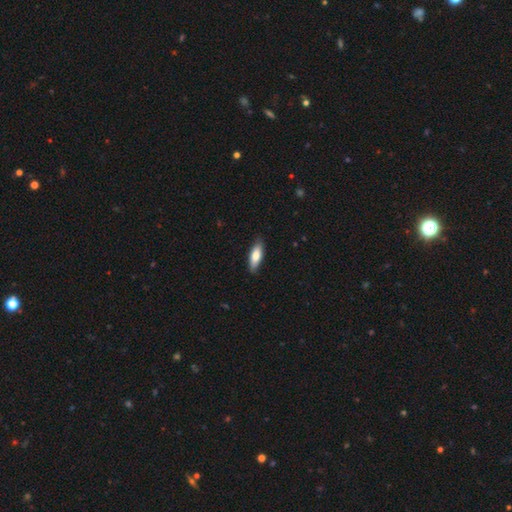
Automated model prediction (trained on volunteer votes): Morphology: type=smooth (75%); roundness=in between (61%); merging=none (86%).